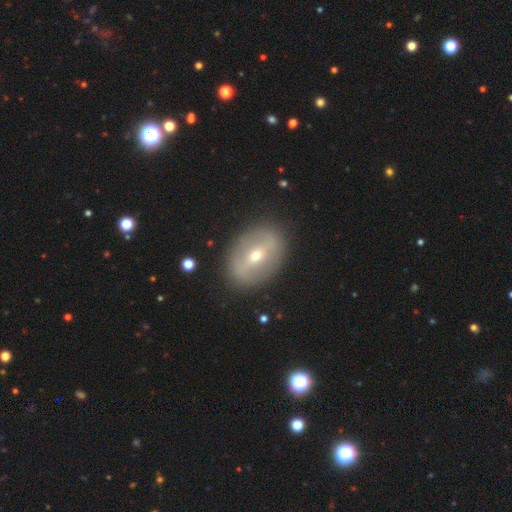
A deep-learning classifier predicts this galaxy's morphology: smooth-or-featured: featured or disk: 59% | smooth: 32% | star or artifact: 9%
  disk-edge-on: no: 88% | yes: 12%
    bar: strong: 48% | weak: 34% | no: 18%
    has-spiral-arms: no: 78% | yes: 22%
    bulge-size: moderate: 50% | small: 46% | large: 2% | dominant: 1% | none: 1%
  merging: none: 86% | minor disturbance: 9% | major disturbance: 3% | merger: 1%